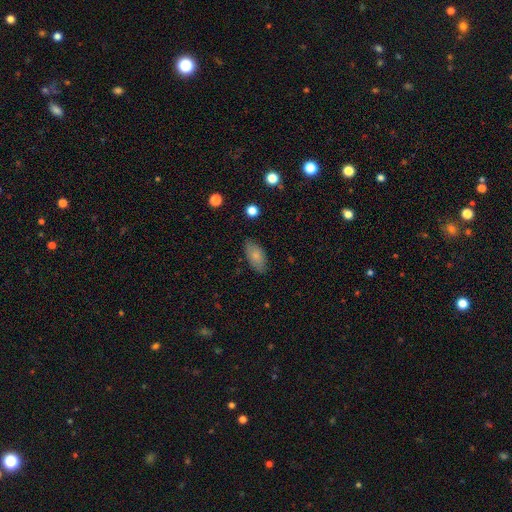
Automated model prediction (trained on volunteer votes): The model was most divided on "smooth or featured": smooth: 78%, featured or disk: 15%, star or artifact: 7%. More confident: how rounded — in between (92%); merging — none (80%).